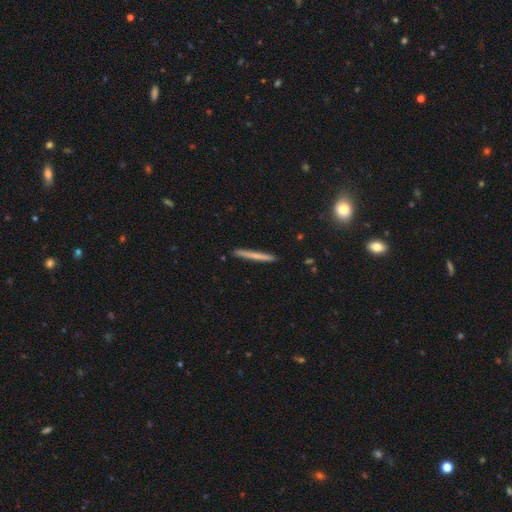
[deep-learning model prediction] Smooth or featured?
  - smooth: 63% *
  - featured or disk: 31%
  - star or artifact: 6%
How rounded?
  - cigar-shaped: 97% *
  - in between: 2%
  - round: 1%
Merging?
  - none: 91% *
  - minor disturbance: 6%
  - major disturbance: 1%
  - merger: 1%